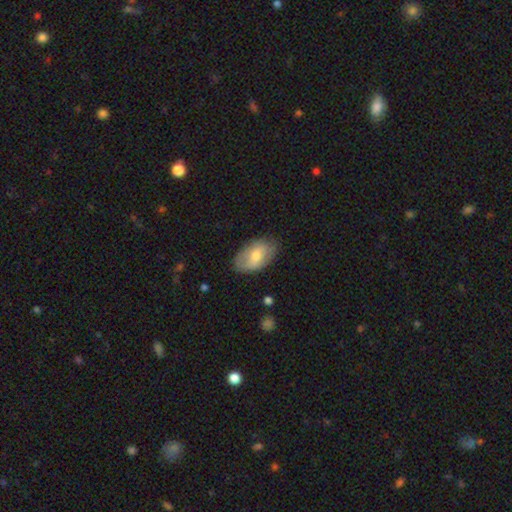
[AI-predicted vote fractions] A smooth galaxy with no disk features (62%) that is in between round and cigar-shaped (91%). Merging: none (78%).